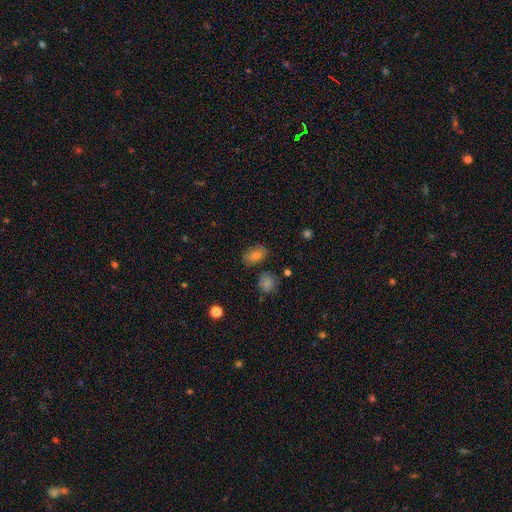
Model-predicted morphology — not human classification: Smooth or featured? Predicted: smooth (p=0.69). How rounded? Predicted: in between (p=0.78). Merging? Predicted: none (p=0.79).